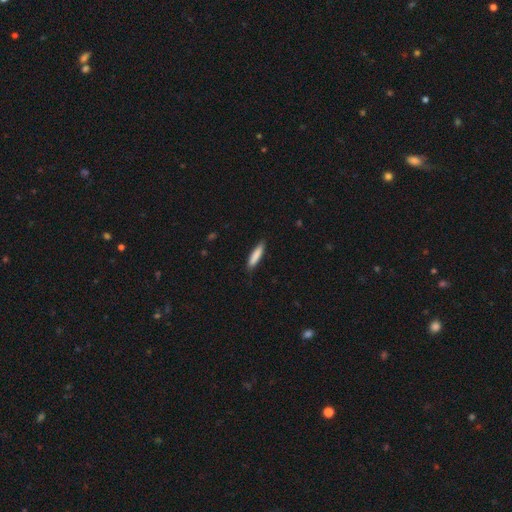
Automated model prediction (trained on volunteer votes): smooth-or-featured: smooth: 85% | featured or disk: 9% | star or artifact: 6%
  how-rounded: cigar-shaped: 82% | in between: 17% | round: 1%
  merging: none: 86% | minor disturbance: 11% | major disturbance: 2% | merger: 1%